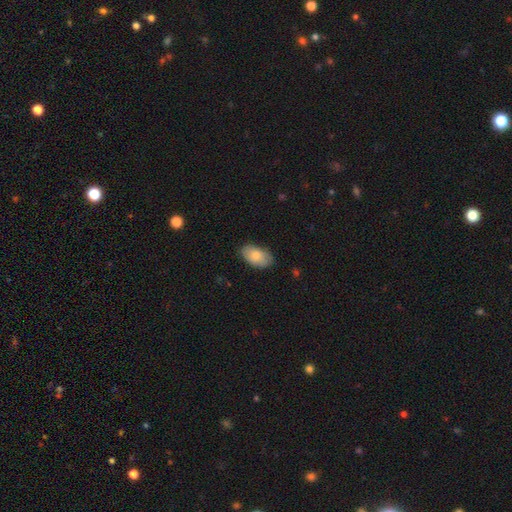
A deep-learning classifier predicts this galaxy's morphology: This appears to be a smooth galaxy with no disk features (80%) that is in between round and cigar-shaped (94%). Merging: none (82%).